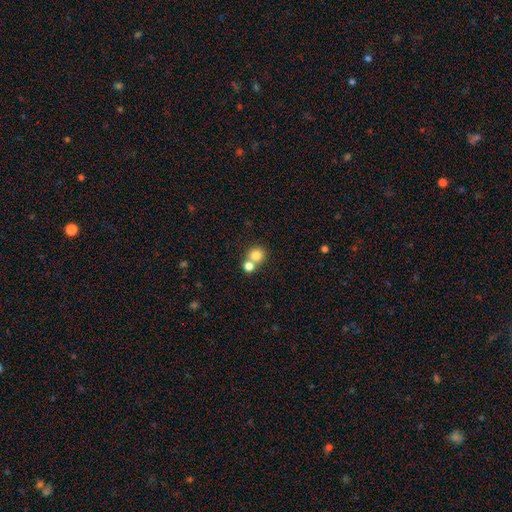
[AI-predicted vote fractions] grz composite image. It shows a smooth galaxy with no disk features (79%) that is round (86%). Merging: none (47%).